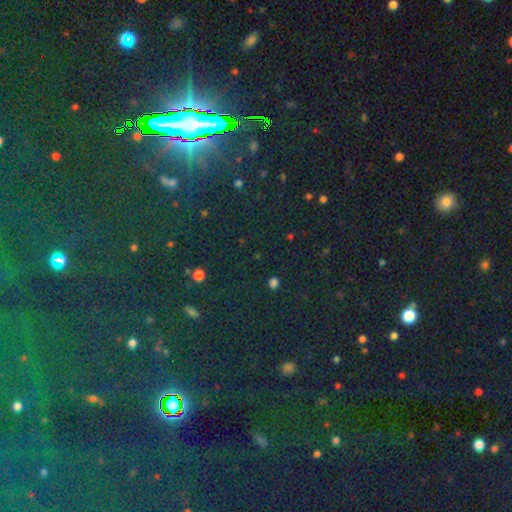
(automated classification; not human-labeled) Overall: star or artifact (83%).